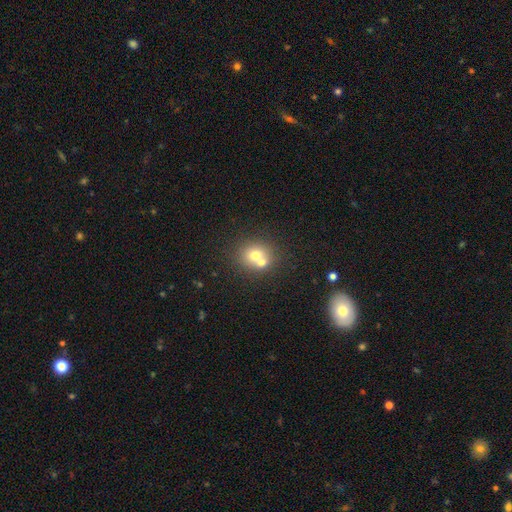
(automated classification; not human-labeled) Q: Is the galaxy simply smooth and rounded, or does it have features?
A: smooth — 68%.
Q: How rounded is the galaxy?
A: round — 79%.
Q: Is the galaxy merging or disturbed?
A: merger — 46%.